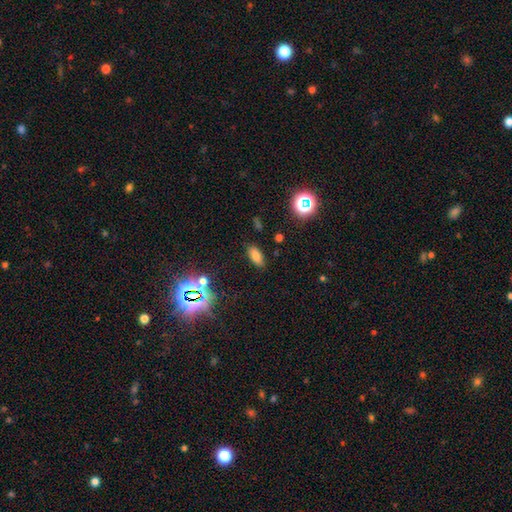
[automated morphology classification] Smooth or featured? smooth (73%)
How rounded? in between (84%)
Merging? none (86%)